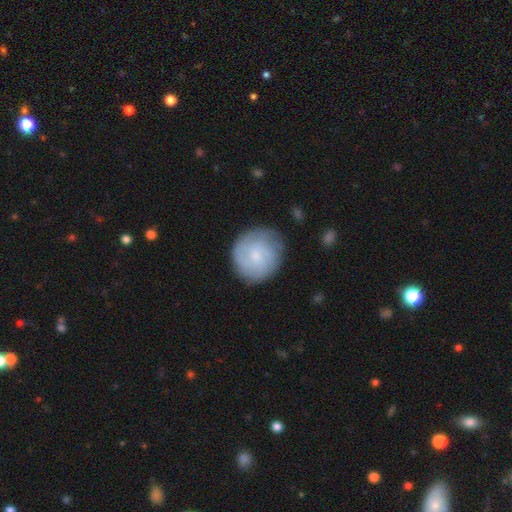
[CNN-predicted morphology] featured or disk 51%, smooth 42%, star or artifact 7%. Down the decision tree: edge-on disk — no (98%); merging — none (77%).